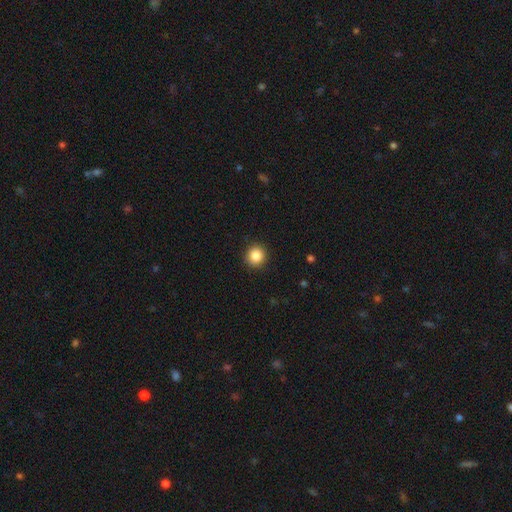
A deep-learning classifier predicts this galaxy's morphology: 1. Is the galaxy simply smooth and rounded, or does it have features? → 86% smooth, 10% star or artifact, 4% featured or disk.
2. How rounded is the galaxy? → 92% round, 7% in between, 1% cigar-shaped.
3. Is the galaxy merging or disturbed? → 92% none, 6% minor disturbance, 2% major disturbance, 1% merger.